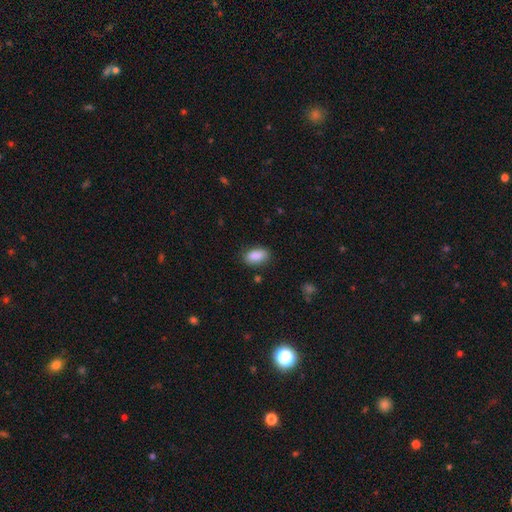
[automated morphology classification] This is clearly a smooth galaxy (89%). How rounded: clearly in between (91%). Merging: clearly none (82%).